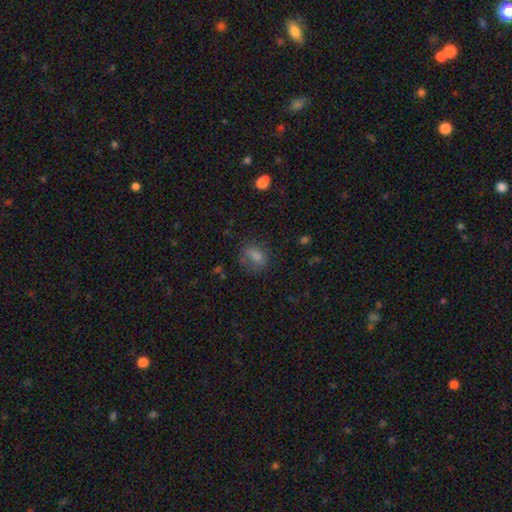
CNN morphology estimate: The model was most divided on "merging": none: 57%, minor disturbance: 23%, major disturbance: 17%, merger: 3%. More confident: smooth or featured — smooth (74%); how rounded — in between (70%).